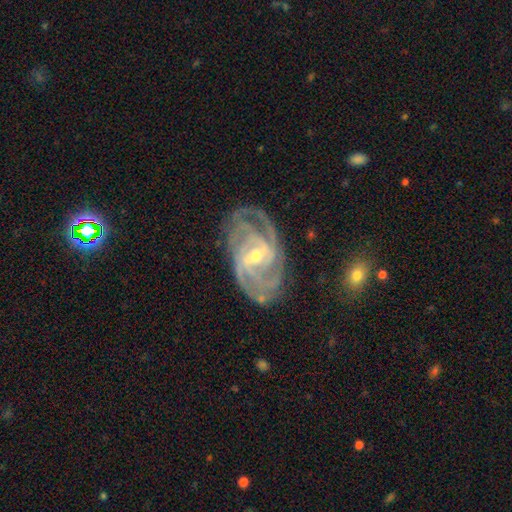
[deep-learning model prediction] smooth_or_featured: featured or disk (p=0.91) [alt: star or artifact p=0.05]
disk_edge_on: no (p=0.97) [alt: yes p=0.03]
bar: weak (p=0.48) [alt: strong p=0.29]
has_spiral_arms: yes (p=0.98) [alt: no p=0.02]
spiral_winding: tight (p=0.64) [alt: medium p=0.31]
spiral_arm_count: 3 (p=0.31) [alt: 4 p=0.24]
bulge_size: small (p=0.55) [alt: moderate p=0.42]
merging: none (p=0.76) [alt: minor disturbance p=0.17]